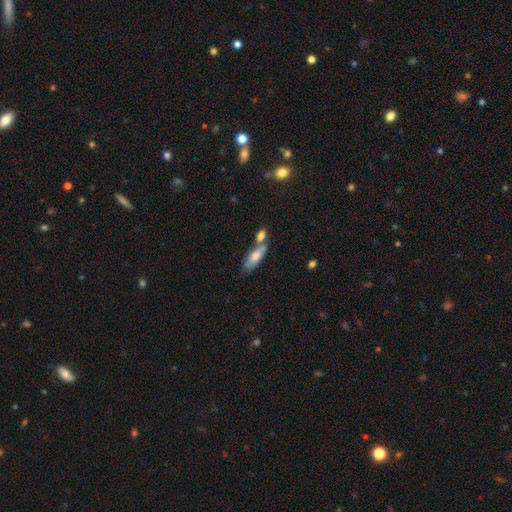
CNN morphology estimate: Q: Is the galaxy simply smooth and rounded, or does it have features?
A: smooth — 68%.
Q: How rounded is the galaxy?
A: in between — 59%.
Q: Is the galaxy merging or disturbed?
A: none — 41%, tied with merger.